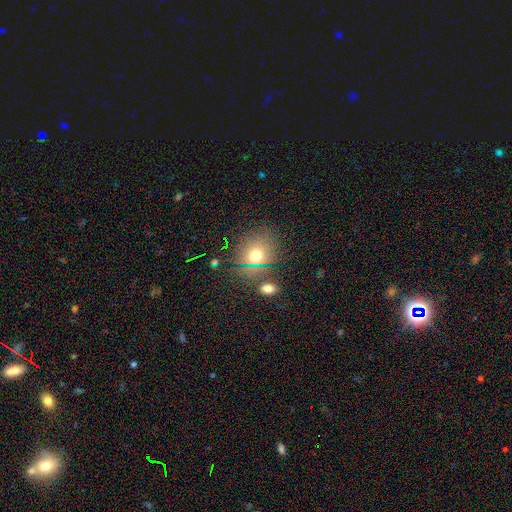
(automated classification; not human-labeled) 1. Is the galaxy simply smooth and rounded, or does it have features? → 61% smooth, 25% star or artifact, 14% featured or disk.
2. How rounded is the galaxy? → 75% round, 24% in between, 1% cigar-shaped.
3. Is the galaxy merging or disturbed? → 74% none, 11% minor disturbance, 11% merger, 4% major disturbance.